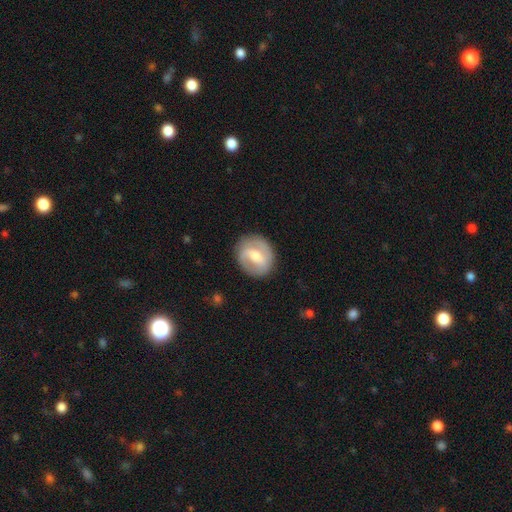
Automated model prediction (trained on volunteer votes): featured or disk 64%, smooth 30%, star or artifact 6%. Down the decision tree: edge-on disk — no (96%); bar — weak (47%); spiral arms — yes (72%); bulge size — moderate (63%); merging — none (83%).